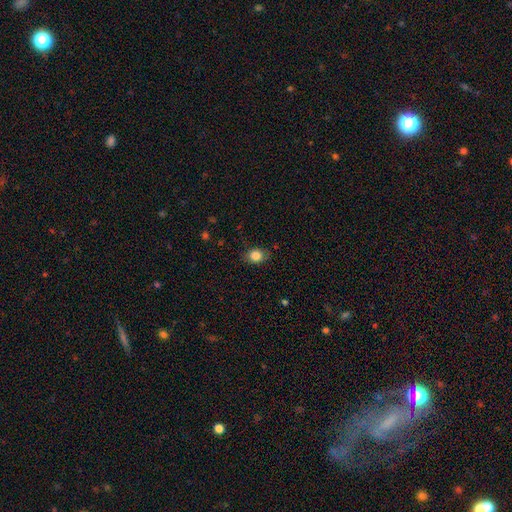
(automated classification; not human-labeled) Morphology: type=smooth (85%); roundness=in between (57%); merging=none (81%).